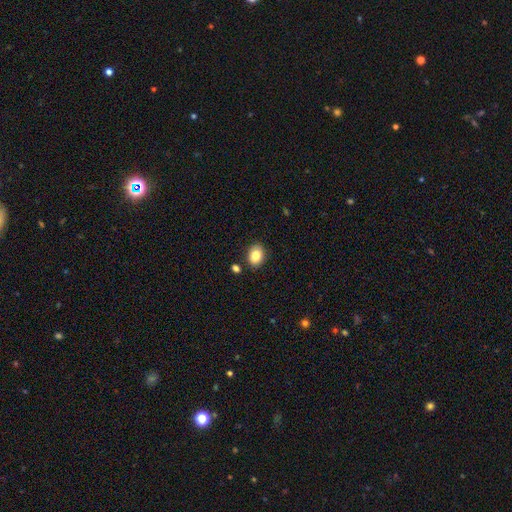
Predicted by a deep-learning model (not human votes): smooth 83%, star or artifact 9%, featured or disk 8%. Down the decision tree: how rounded — in between (62%); merging — none (85%).